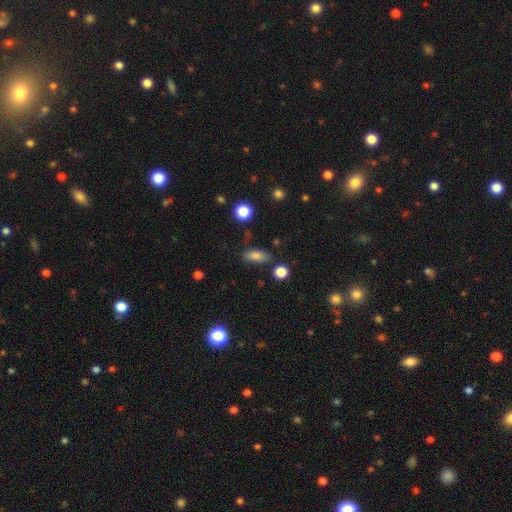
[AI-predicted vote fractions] Smooth or featured?
  - smooth: 80% *
  - featured or disk: 10%
  - star or artifact: 10%
How rounded?
  - in between: 74% *
  - cigar-shaped: 19%
  - round: 7%
Merging?
  - none: 79% *
  - minor disturbance: 14%
  - major disturbance: 4%
  - merger: 4%